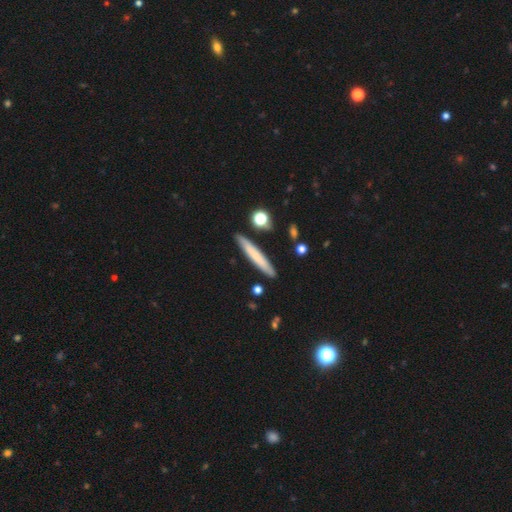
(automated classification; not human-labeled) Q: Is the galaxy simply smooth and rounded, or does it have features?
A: smooth — 67%.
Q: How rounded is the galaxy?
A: cigar-shaped — 95%.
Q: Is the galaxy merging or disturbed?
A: none — 87%.